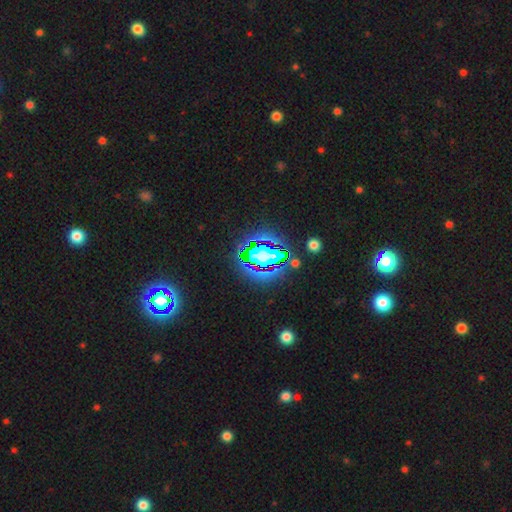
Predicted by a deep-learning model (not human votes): The model was most divided on "smooth or featured": star or artifact: 81%, smooth: 11%, featured or disk: 8%.